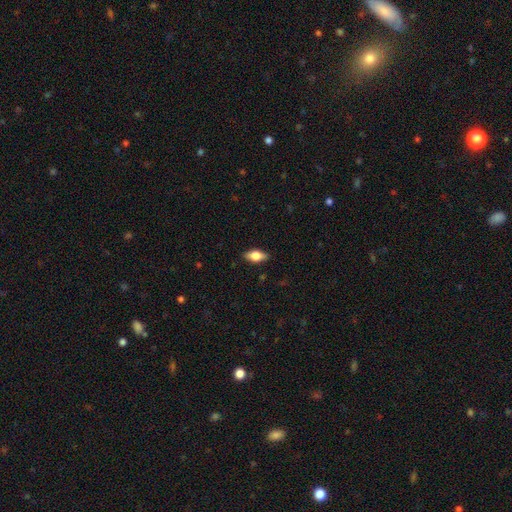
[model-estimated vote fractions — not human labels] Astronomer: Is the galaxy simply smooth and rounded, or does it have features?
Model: smooth — 69%.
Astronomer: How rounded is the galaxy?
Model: in between — 85%.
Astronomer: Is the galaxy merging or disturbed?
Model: none — 87%.